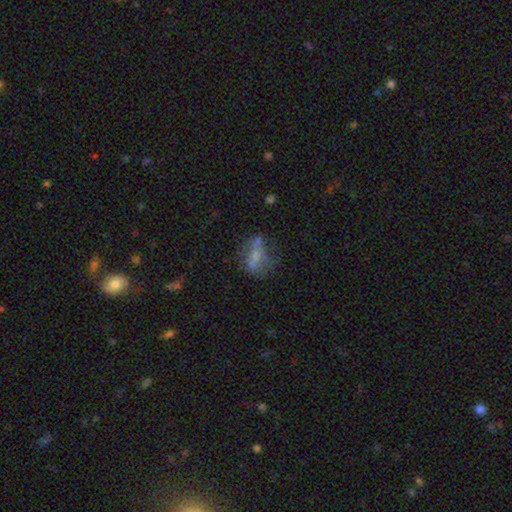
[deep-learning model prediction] Smooth or featured: smooth — 46% (featured or disk — 40%)
Merging: none — 40% (major disturbance — 24%)